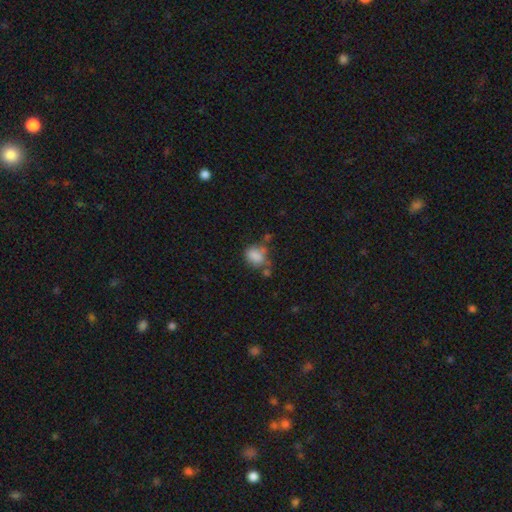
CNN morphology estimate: Smooth or featured?
  - smooth: 81% *
  - star or artifact: 10%
  - featured or disk: 9%
How rounded?
  - in between: 56% *
  - round: 43%
  - cigar-shaped: 1%
Merging?
  - none: 47% *
  - minor disturbance: 25%
  - merger: 18%
  - major disturbance: 11%